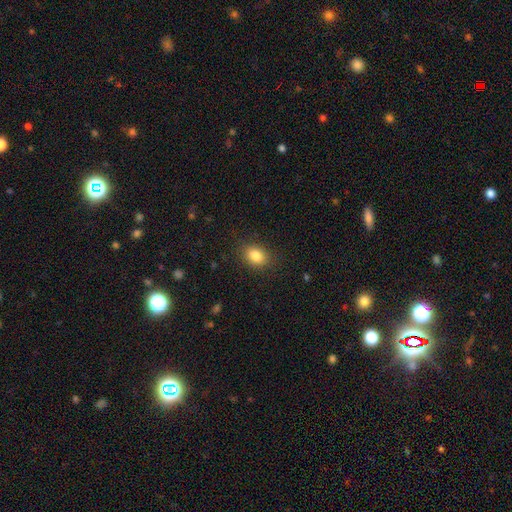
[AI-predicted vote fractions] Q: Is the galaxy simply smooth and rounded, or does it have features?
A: smooth — 84%.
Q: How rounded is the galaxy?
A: in between — 70%.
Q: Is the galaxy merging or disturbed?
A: none — 86%.